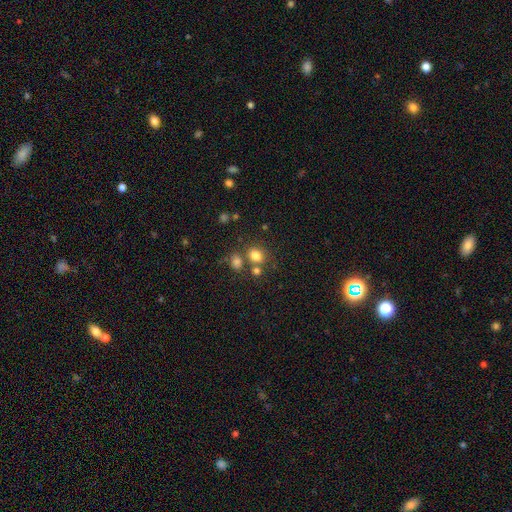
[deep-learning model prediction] smooth 78%, star or artifact 15%, featured or disk 7%. Down the decision tree: how rounded — round (63%); merging — none (64%).